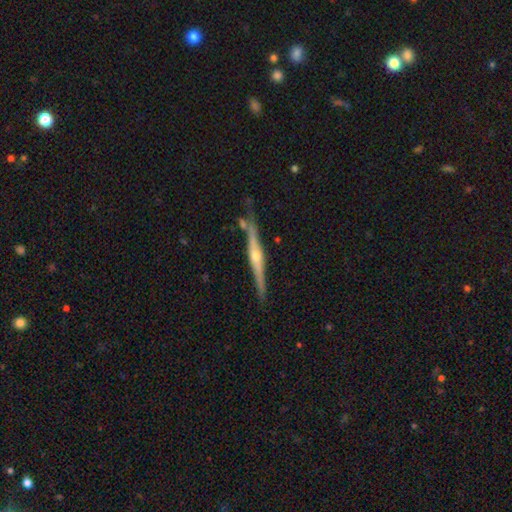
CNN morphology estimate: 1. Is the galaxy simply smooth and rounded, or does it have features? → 80% featured or disk, 14% smooth, 6% star or artifact.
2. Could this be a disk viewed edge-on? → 98% yes, 2% no.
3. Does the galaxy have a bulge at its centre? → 85% rounded, 8% none, 6% boxy.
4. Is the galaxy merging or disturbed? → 81% none, 12% minor disturbance, 5% merger, 2% major disturbance.